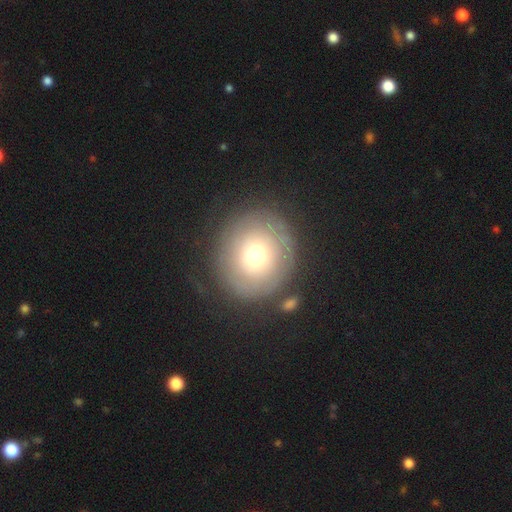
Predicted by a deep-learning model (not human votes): Morphology: type=smooth (52%); roundness=round (89%); merging=none (78%).